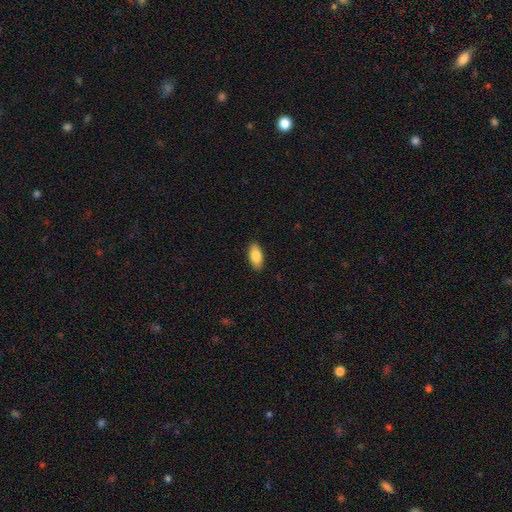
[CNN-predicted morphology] This is clearly a smooth galaxy (87%). How rounded: clearly in between (88%). Merging: clearly none (89%).